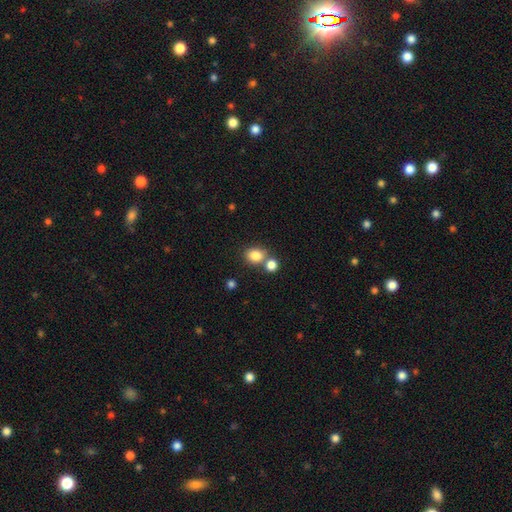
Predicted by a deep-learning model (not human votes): Smooth or featured?
  - smooth: 83% *
  - star or artifact: 11%
  - featured or disk: 6%
How rounded?
  - round: 62% *
  - in between: 37%
  - cigar-shaped: 1%
Merging?
  - none: 58% *
  - merger: 29%
  - minor disturbance: 10%
  - major disturbance: 3%